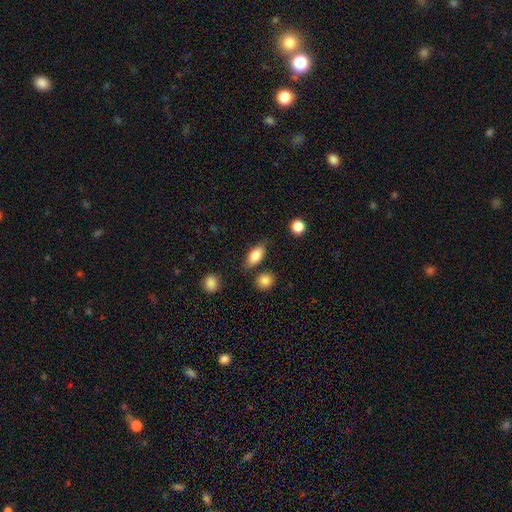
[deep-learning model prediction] Morphology: type=smooth (81%); roundness=in between (84%); merging=none (76%).